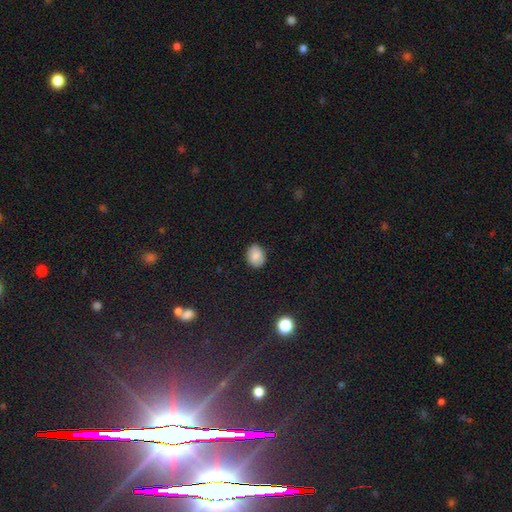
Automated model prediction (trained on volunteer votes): Smooth or featured? Predicted: smooth (p=0.82). How rounded? Predicted: in between (p=0.54). Merging? Predicted: none (p=0.83).